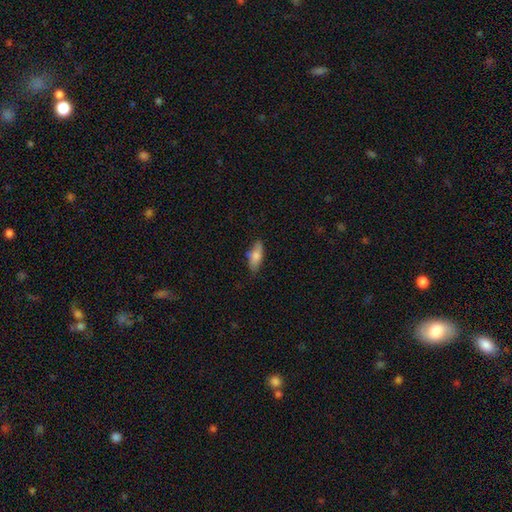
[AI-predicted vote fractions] This appears to be a smooth galaxy with no disk features (71%) that is in between round and cigar-shaped (74%). Merging: none (67%).